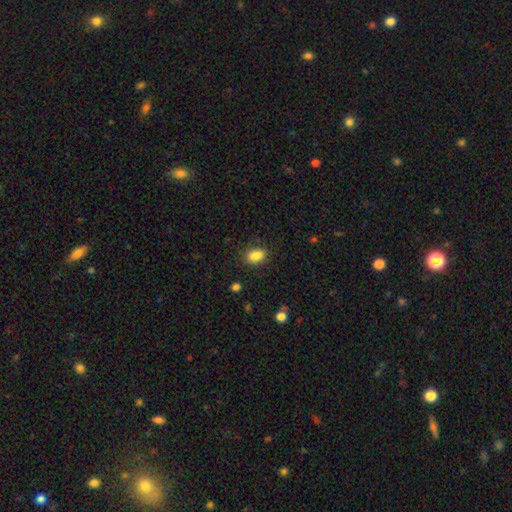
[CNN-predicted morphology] smooth 85%, star or artifact 10%, featured or disk 6%. Down the decision tree: how rounded — in between (81%); merging — none (73%).